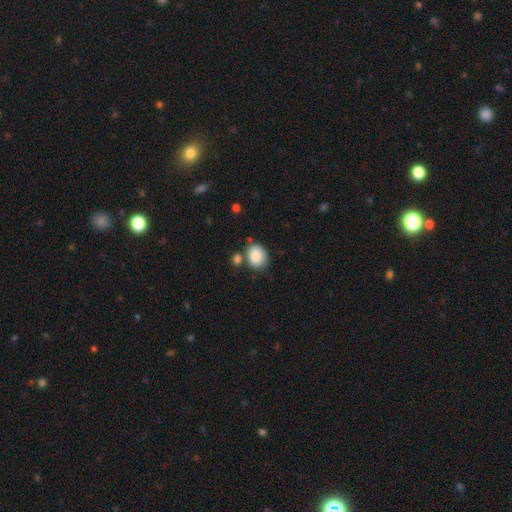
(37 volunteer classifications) smooth 92%, star or artifact 5%, featured or disk 3%. Down the decision tree: how rounded — in between (59%); merging — none (46%).